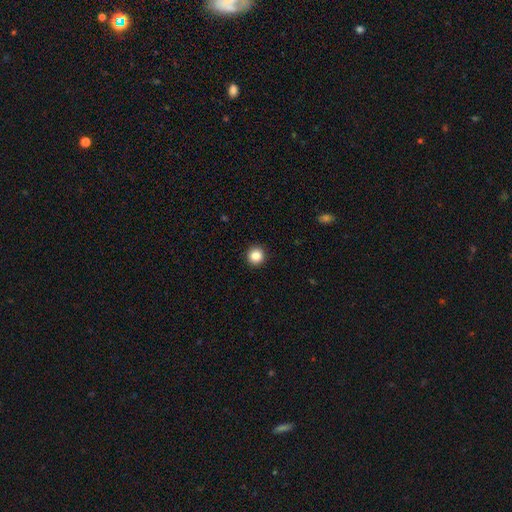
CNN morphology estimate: This appears to be a smooth galaxy with no disk features (85%) that is round (94%). Merging: none (93%).